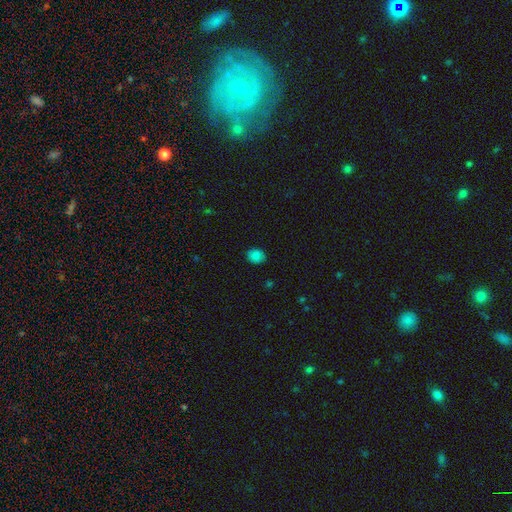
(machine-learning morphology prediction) This is clearly a smooth galaxy (84%). How rounded: likely round (61%). Merging: clearly none (84%).